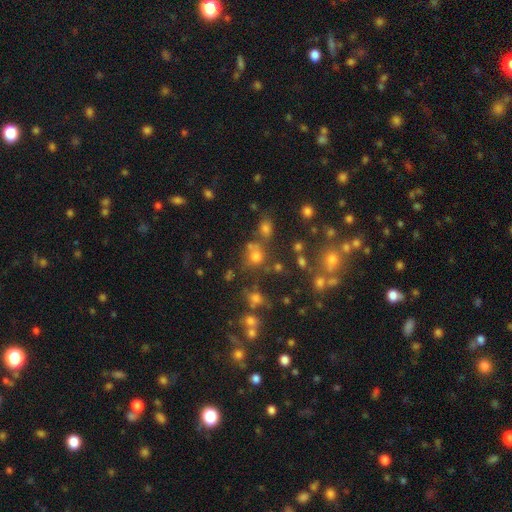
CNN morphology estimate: smooth 61%, star or artifact 28%, featured or disk 11%. Down the decision tree: how rounded — round (81%); merging — none (63%).